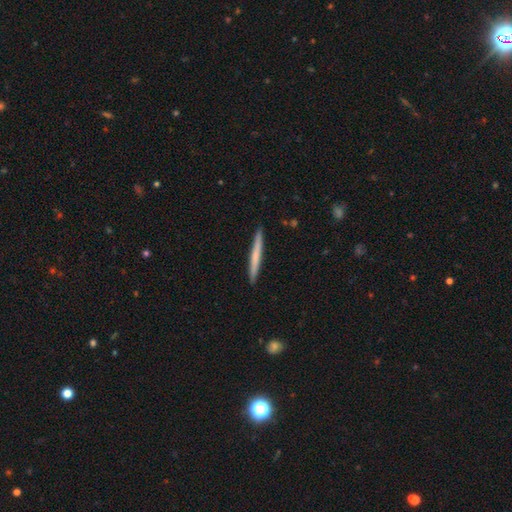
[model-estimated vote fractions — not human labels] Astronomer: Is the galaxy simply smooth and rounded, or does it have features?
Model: smooth — 59% (runner-up: featured or disk, 36%).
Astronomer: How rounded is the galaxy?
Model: cigar-shaped — 97%.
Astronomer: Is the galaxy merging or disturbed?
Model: none — 92%.